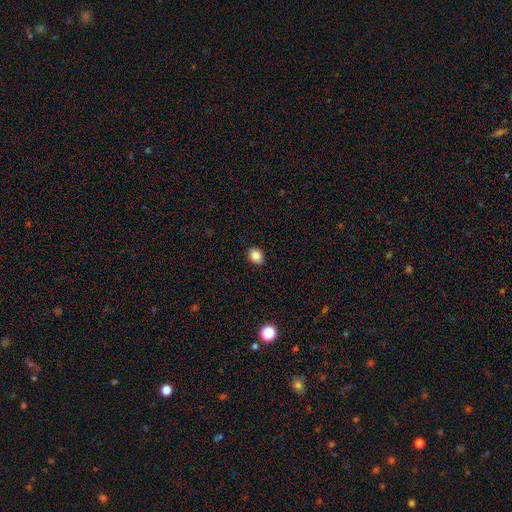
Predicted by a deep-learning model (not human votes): This is clearly a smooth galaxy (86%). How rounded: possibly in between (52%). Merging: clearly none (90%).